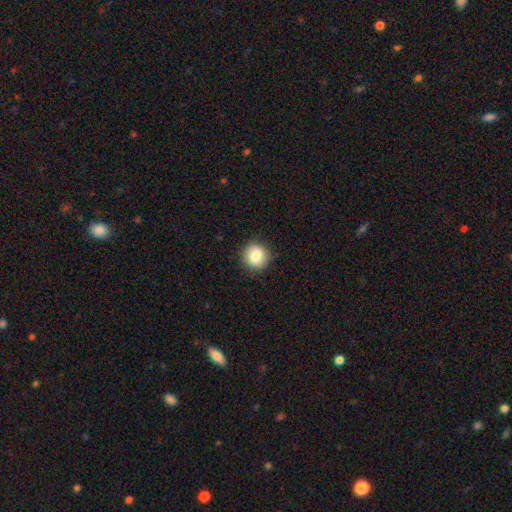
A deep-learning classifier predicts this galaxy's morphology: A smooth galaxy with no disk features (83%) that is round (88%). Merging: none (86%).